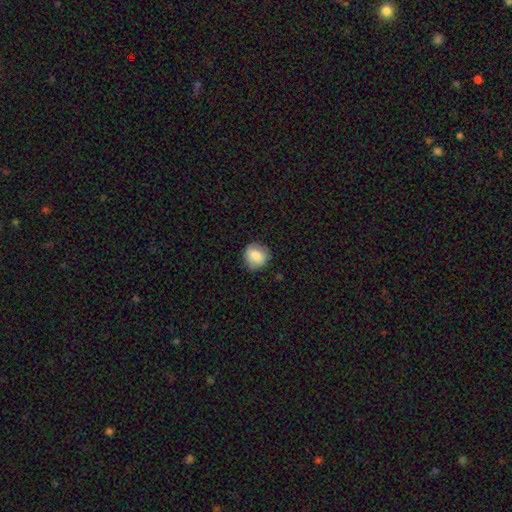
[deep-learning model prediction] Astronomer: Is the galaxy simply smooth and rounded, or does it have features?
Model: smooth — 82%.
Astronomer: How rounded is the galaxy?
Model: round — 86%.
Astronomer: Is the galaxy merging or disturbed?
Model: none — 84%.